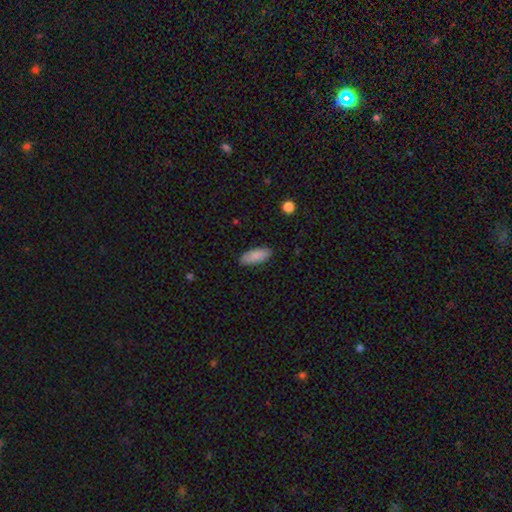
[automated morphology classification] Smooth or featured: smooth — 88% (featured or disk — 6%)
How rounded: in between — 79% (cigar-shaped — 19%)
Merging: none — 88% (minor disturbance — 9%)